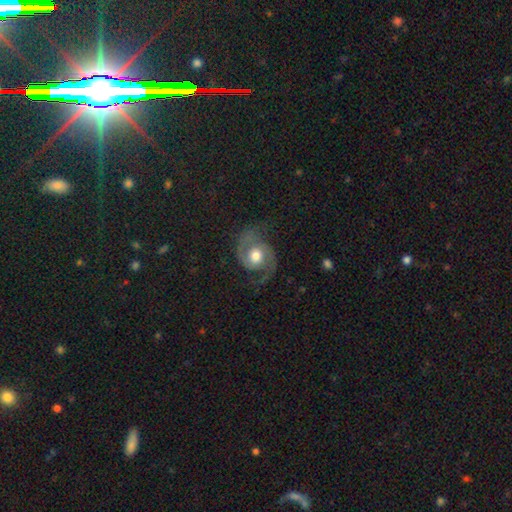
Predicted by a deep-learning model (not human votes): Morphology: type=featured or disk (86%); edge-on=no (98%); bar=no (71%); spiral arms=yes (97%); winding=medium (55%); arm count=2 (93%); bulge=moderate (70%); merging=none (72%).